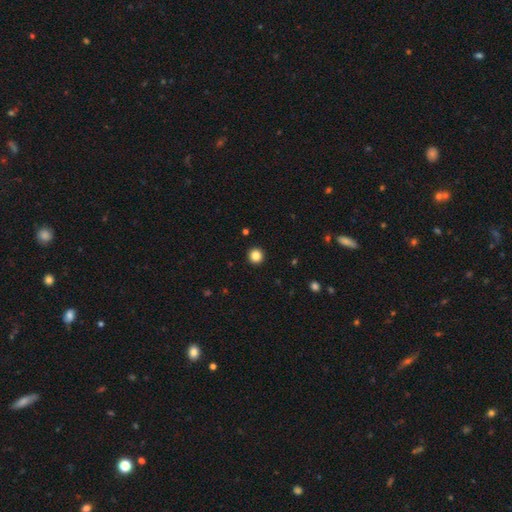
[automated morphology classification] Smooth or featured? Predicted: smooth (p=0.85). How rounded? Predicted: round (p=0.96). Merging? Predicted: none (p=0.94).